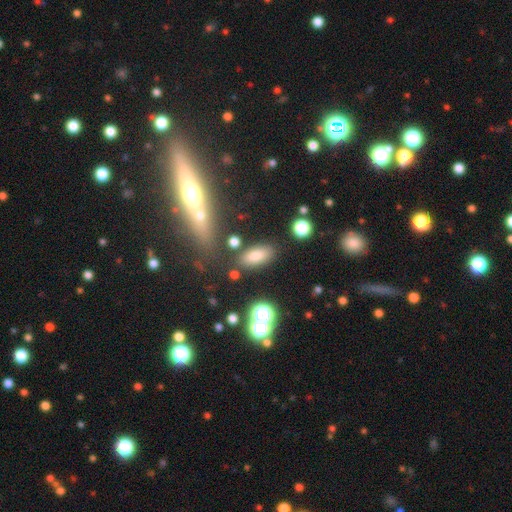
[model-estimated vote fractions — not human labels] Smooth or featured? Predicted: smooth (p=0.78). How rounded? Predicted: in between (p=0.82). Merging? Predicted: none (p=0.80).